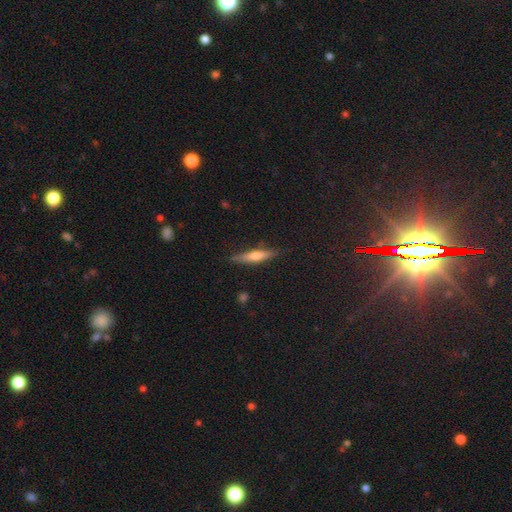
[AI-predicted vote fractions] Q: Smooth or featured?
A: smooth (47%); runner-up: featured or disk (45%)
Q: Merging?
A: none (86%); runner-up: minor disturbance (10%)